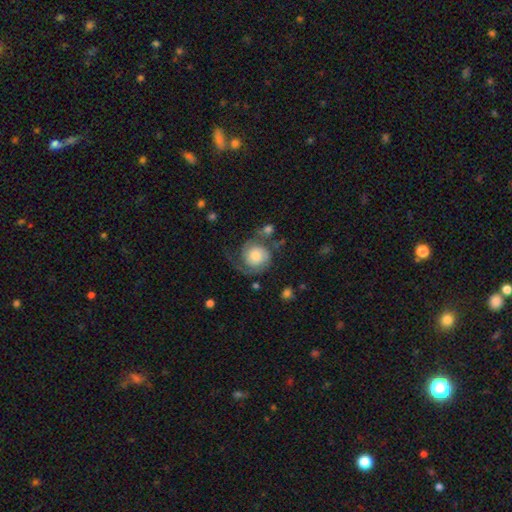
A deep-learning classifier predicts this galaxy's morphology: Smooth or featured?
  - featured or disk: 66% *
  - smooth: 27%
  - star or artifact: 7%
Edge-on disk?
  - no: 98% *
  - yes: 2%
Bar?
  - no: 78% *
  - weak: 19%
  - strong: 3%
Spiral arms?
  - yes: 92% *
  - no: 8%
Spiral winding?
  - medium: 39% *
  - tight: 33%
  - loose: 27%
Spiral arm count?
  - 2: 71% *
  - 1: 13%
  - can't tell: 8%
  - 3: 4%
  - 4: 2%
  - more than 4: 2%
Bulge size?
  - moderate: 33% *
  - small: 30%
  - large: 23%
  - dominant: 8%
  - none: 6%
Merging?
  - none: 53% *
  - major disturbance: 22%
  - minor disturbance: 19%
  - merger: 6%